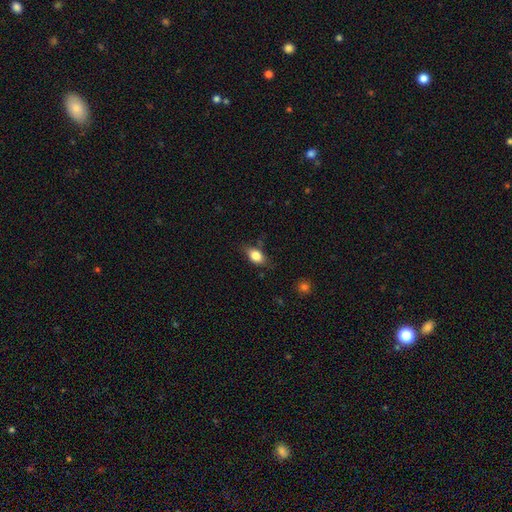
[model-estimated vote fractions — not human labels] A smooth galaxy with no disk features (81%) that is in between round and cigar-shaped (81%). Merging: none (71%).